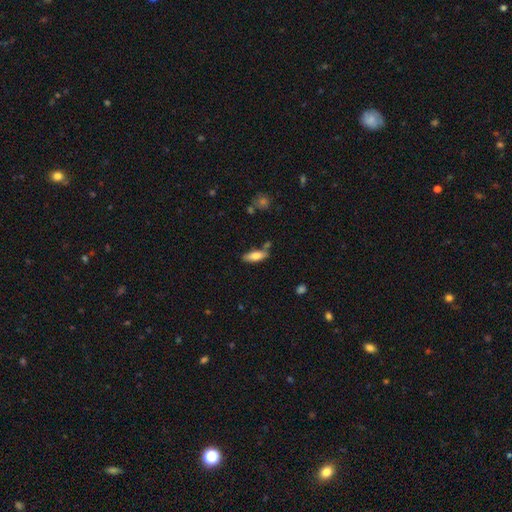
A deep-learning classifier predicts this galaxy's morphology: Smooth or featured?
  - smooth: 75% *
  - featured or disk: 18%
  - star or artifact: 7%
How rounded?
  - in between: 69% *
  - cigar-shaped: 29%
  - round: 2%
Merging?
  - none: 73% *
  - minor disturbance: 15%
  - merger: 8%
  - major disturbance: 3%